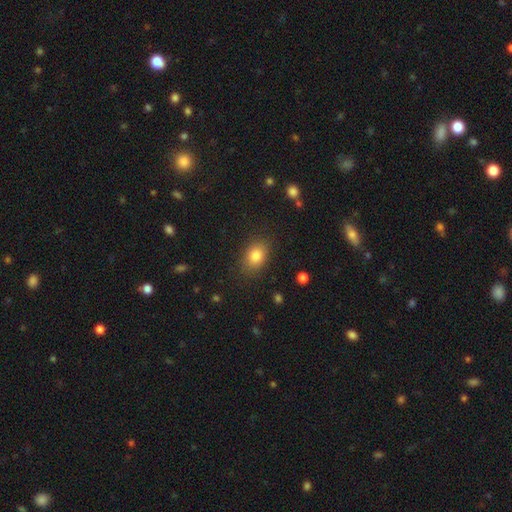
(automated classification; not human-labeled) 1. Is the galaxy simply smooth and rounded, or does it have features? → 83% smooth, 10% star or artifact, 8% featured or disk.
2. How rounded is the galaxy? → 74% in between, 25% round, 1% cigar-shaped.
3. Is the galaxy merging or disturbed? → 84% none, 11% minor disturbance, 4% major disturbance, 1% merger.